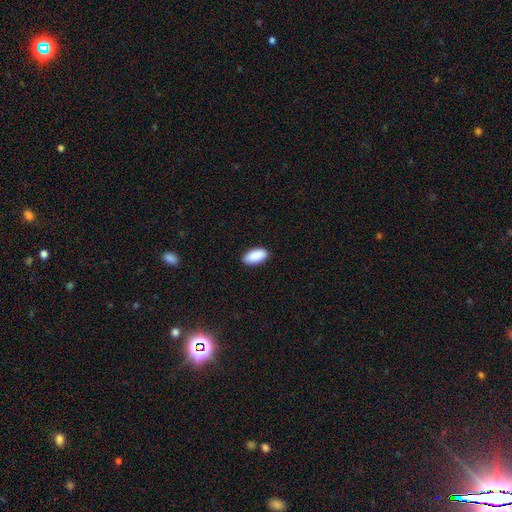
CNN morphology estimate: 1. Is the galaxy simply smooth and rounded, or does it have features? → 91% smooth, 6% star or artifact, 3% featured or disk.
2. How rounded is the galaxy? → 95% in between, 3% cigar-shaped, 2% round.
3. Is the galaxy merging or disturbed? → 88% none, 9% minor disturbance, 2% major disturbance, 1% merger.